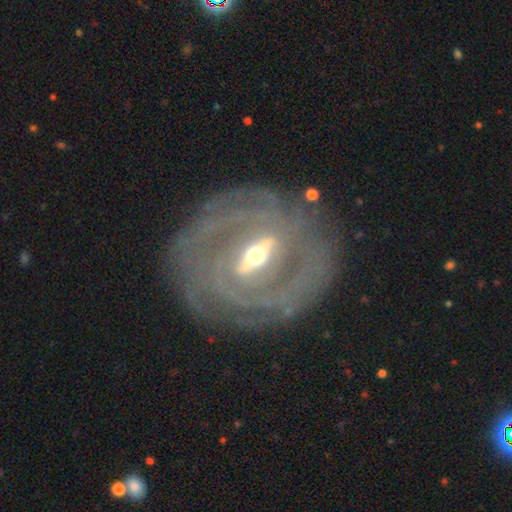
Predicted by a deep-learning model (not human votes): This is clearly a featured or disk galaxy (89%). It is clearly not viewed edge-on (89%). Bar: likely strong (66%). Spiral arm pattern: clearly yes (90%). Spiral arm count: marginally can't tell (33%). Spiral winding: likely tight (74%). Central bulge: possibly moderate (55%). Merging: likely none (78%).